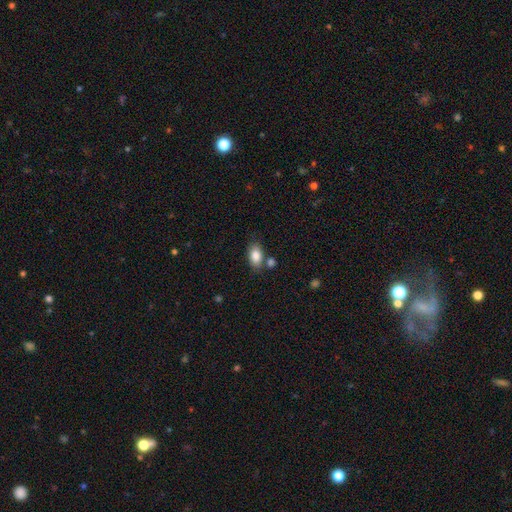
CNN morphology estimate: smooth 85%, star or artifact 8%, featured or disk 7%. Down the decision tree: how rounded — in between (90%); merging — none (68%).